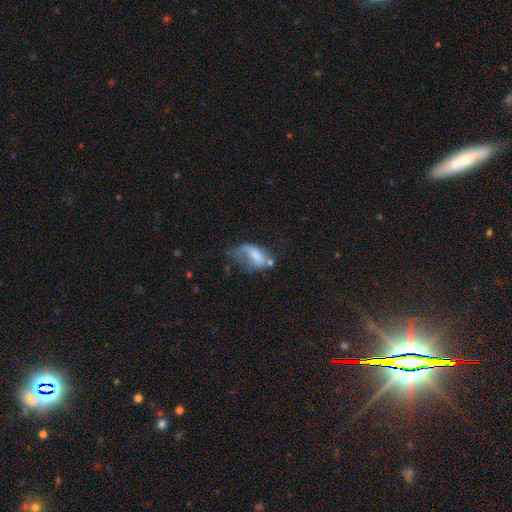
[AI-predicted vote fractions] Smooth or featured? Predicted: smooth (p=0.53). How rounded? Predicted: in between (p=0.86). Merging? Predicted: major disturbance (p=0.43).